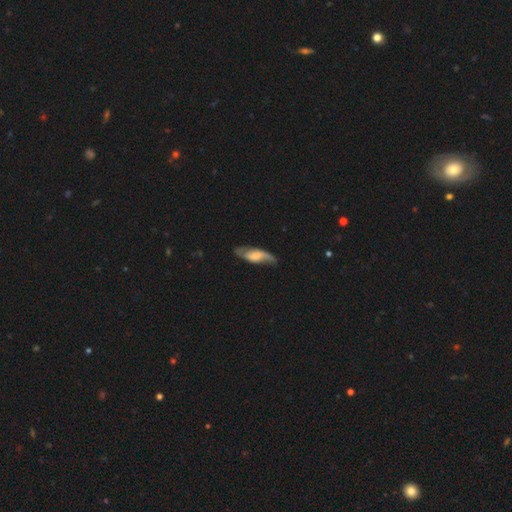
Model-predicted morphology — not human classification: The model was most divided on "smooth or featured": featured or disk: 62%, smooth: 31%, star or artifact: 6%. More confident: edge-on disk — no (79%); merging — none (68%).